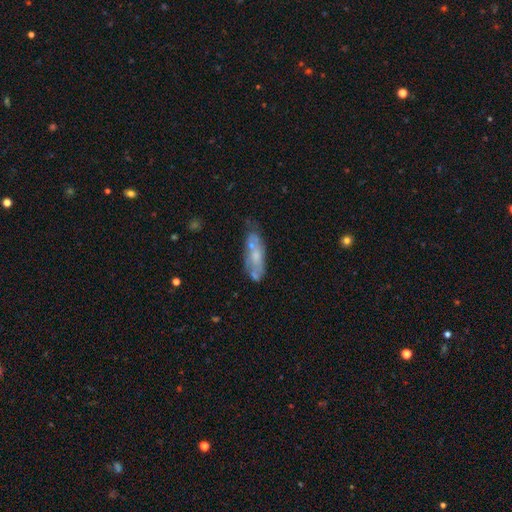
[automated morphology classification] This is possibly a featured or disk galaxy (46%, tied with smooth). Merging: possibly none (47%).